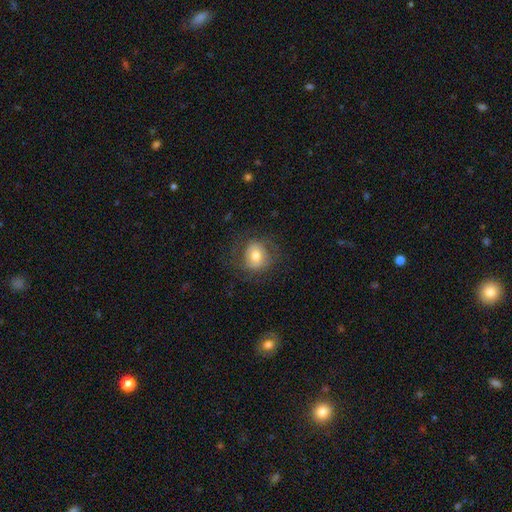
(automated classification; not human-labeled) smooth 57%, featured or disk 33%, star or artifact 10%. Down the decision tree: how rounded — round (80%); merging — none (68%).